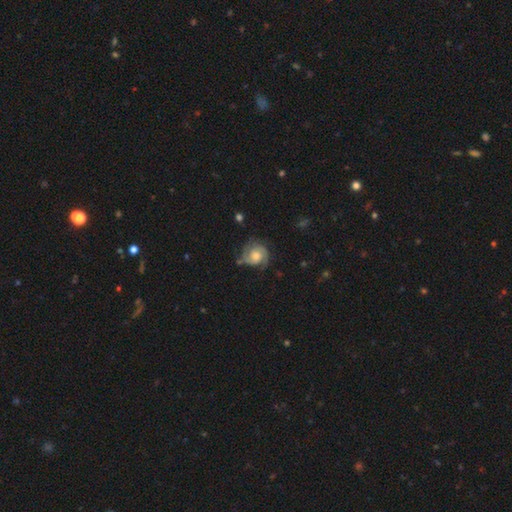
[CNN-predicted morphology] Smooth or featured? Predicted: featured or disk (p=0.83). Edge-on disk? Predicted: no (p=0.98). Bar? Predicted: no (p=0.71). Spiral arms? Predicted: yes (p=0.97). Spiral winding? Predicted: tight (p=0.57). Spiral arm count? Predicted: 2 (p=0.72). Bulge size? Predicted: moderate (p=0.64). Merging? Predicted: none (p=0.71).